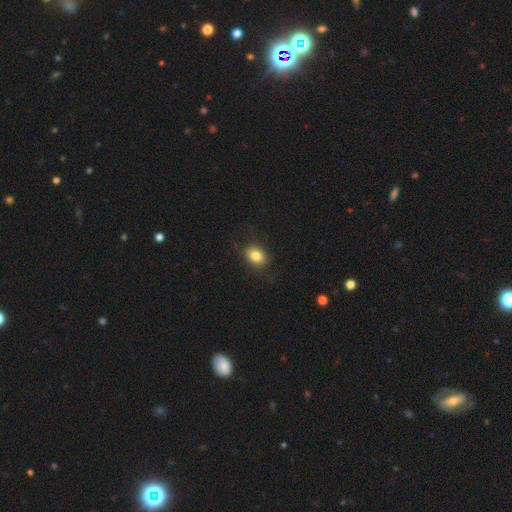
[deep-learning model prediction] The model was most divided on "how rounded": in between: 68%, round: 31%, cigar-shaped: 1%. More confident: merging — none (86%); smooth or featured — smooth (84%).